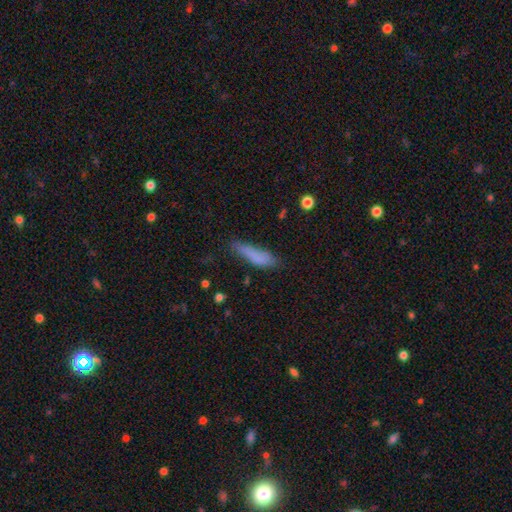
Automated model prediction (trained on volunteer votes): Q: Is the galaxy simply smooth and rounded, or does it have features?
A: smooth — 79%.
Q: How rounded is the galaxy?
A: cigar-shaped — 72%.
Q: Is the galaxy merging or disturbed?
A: none — 58%.